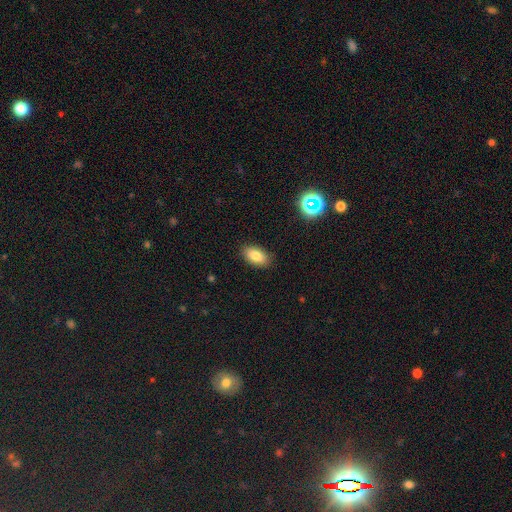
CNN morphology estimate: Smooth or featured?
  - smooth: 82% *
  - star or artifact: 9%
  - featured or disk: 8%
How rounded?
  - in between: 92% *
  - round: 6%
  - cigar-shaped: 2%
Merging?
  - none: 87% *
  - minor disturbance: 9%
  - major disturbance: 2%
  - merger: 1%